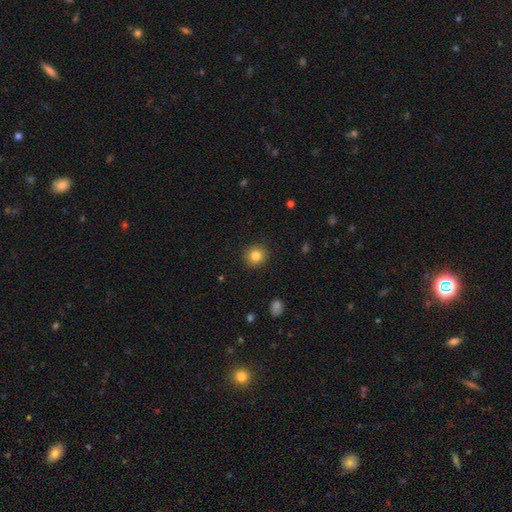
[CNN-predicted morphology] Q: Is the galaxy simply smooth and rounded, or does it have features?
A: smooth — 83%.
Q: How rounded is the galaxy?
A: round — 90%.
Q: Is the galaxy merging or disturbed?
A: none — 90%.